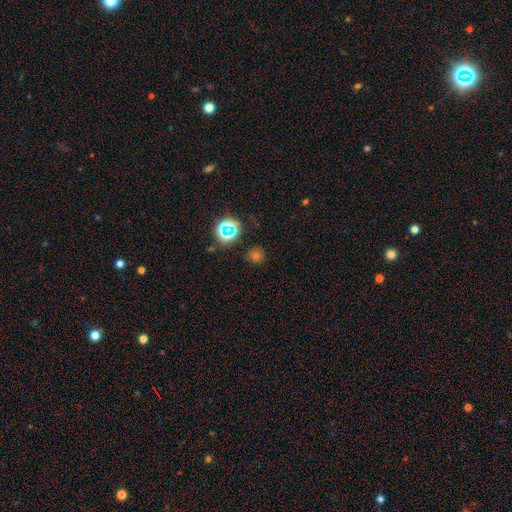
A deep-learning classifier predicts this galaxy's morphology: Smooth or featured: smooth — 54% (star or artifact — 38%)
How rounded: round — 91% (in between — 8%)
Merging: none — 85% (minor disturbance — 9%)